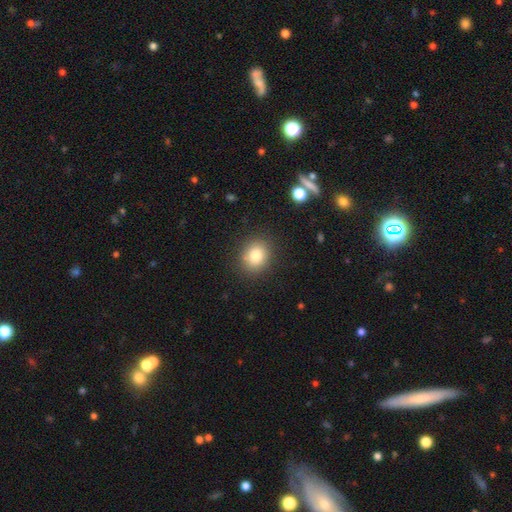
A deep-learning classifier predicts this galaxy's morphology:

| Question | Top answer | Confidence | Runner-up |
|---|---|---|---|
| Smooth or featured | smooth | 80% | star or artifact (11%) |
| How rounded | round | 65% | in between (34%) |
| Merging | none | 87% | minor disturbance (9%) |